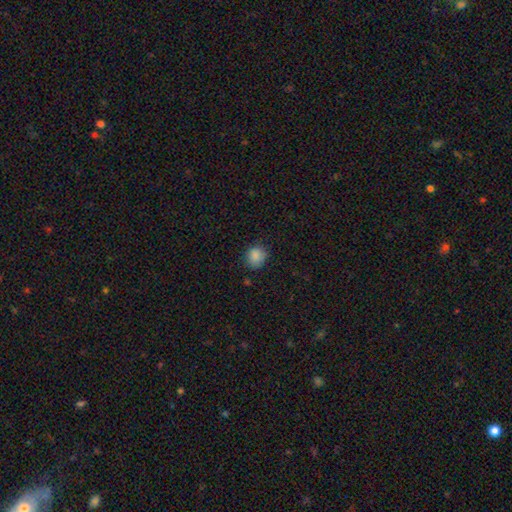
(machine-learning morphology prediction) This appears to be a smooth galaxy with no disk features (86%) that is round (76%). Merging: none (80%).